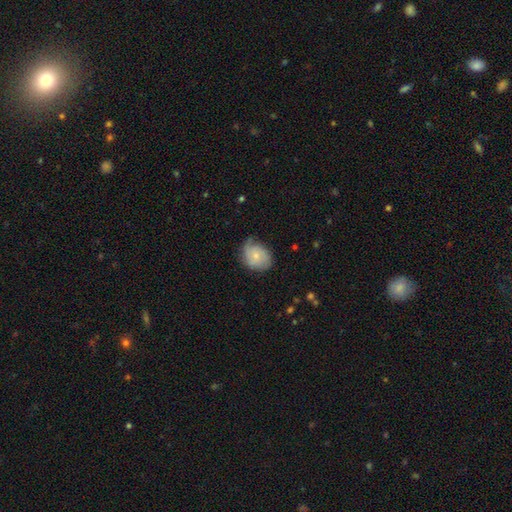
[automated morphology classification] featured or disk 47%, smooth 46%, star or artifact 7%. Down the decision tree: merging — none (57%).